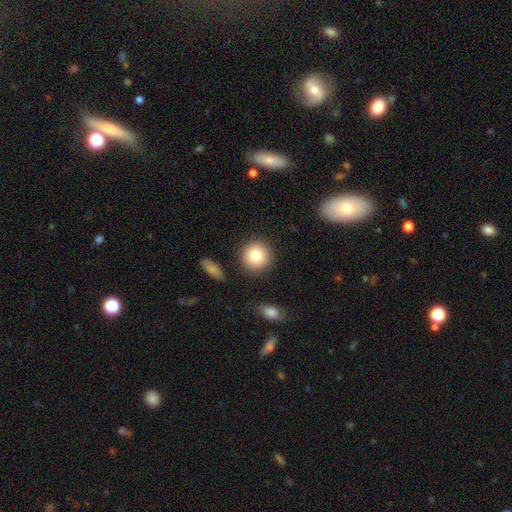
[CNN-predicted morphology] smooth 84%, star or artifact 8%, featured or disk 8%. Down the decision tree: how rounded — round (92%); merging — none (87%).